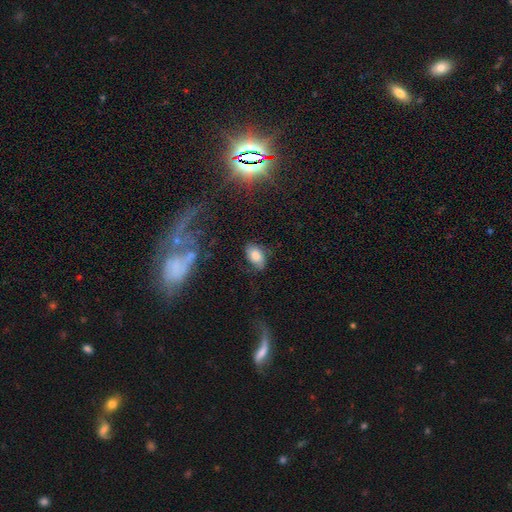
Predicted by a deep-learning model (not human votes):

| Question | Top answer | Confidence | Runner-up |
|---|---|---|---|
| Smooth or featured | smooth | 68% | featured or disk (22%) |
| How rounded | in between | 88% | round (10%) |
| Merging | none | 60% | minor disturbance (27%) |